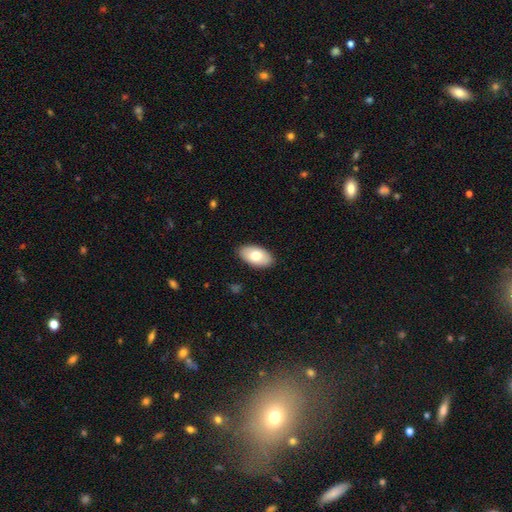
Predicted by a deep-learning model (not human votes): The model was most divided on "smooth or featured": smooth: 73%, featured or disk: 21%, star or artifact: 6%. More confident: how rounded — in between (95%); merging — none (88%).